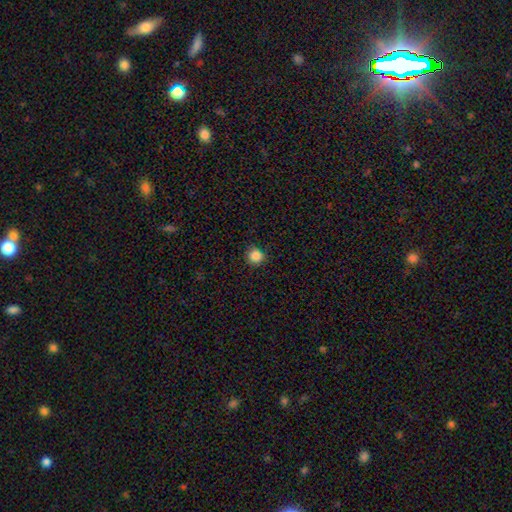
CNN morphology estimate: Q: Smooth or featured?
A: smooth (86%); runner-up: star or artifact (11%)
Q: How rounded?
A: round (93%); runner-up: in between (6%)
Q: Merging?
A: none (87%); runner-up: minor disturbance (9%)